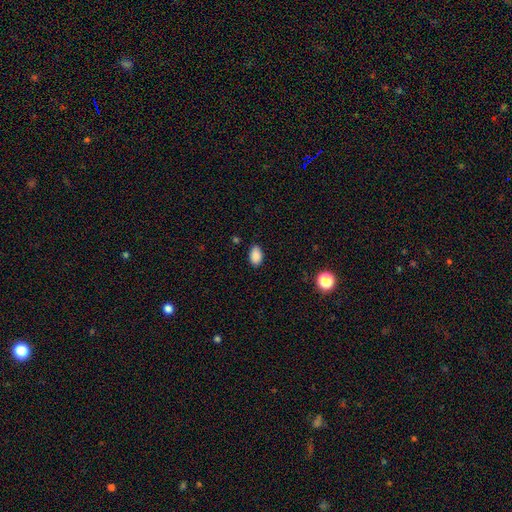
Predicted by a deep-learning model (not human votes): smooth 89%, star or artifact 9%, featured or disk 3%. Down the decision tree: how rounded — in between (91%); merging — none (85%).